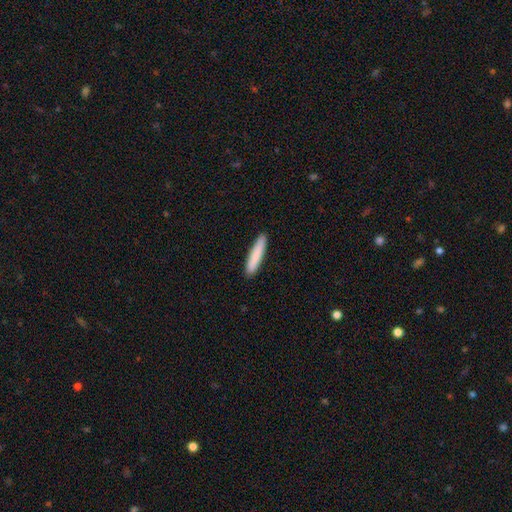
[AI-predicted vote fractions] Smooth or featured?
  - smooth: 84% *
  - featured or disk: 11%
  - star or artifact: 5%
How rounded?
  - cigar-shaped: 92% *
  - in between: 7%
  - round: 1%
Merging?
  - none: 91% *
  - minor disturbance: 7%
  - major disturbance: 1%
  - merger: 1%